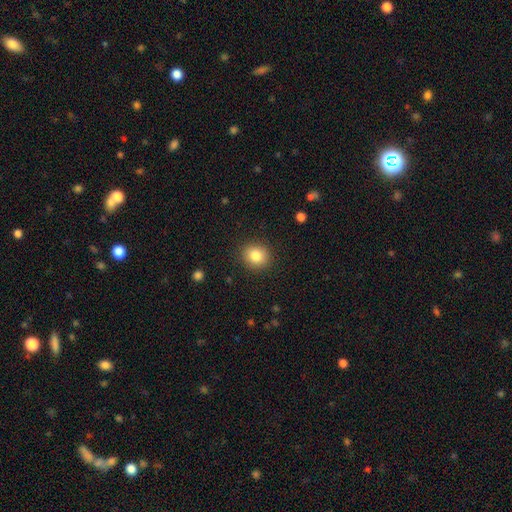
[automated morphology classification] smooth-or-featured: smooth: 83% | star or artifact: 10% | featured or disk: 7%
  how-rounded: round: 77% | in between: 22% | cigar-shaped: 1%
  merging: none: 89% | minor disturbance: 7% | major disturbance: 2% | merger: 1%